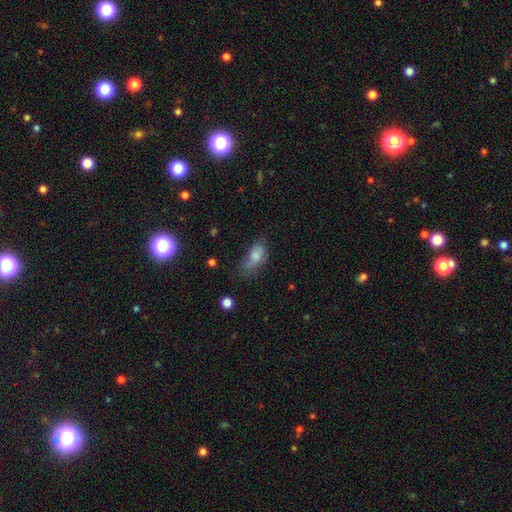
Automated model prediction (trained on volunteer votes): A smooth galaxy with no disk features (75%) that is in between round and cigar-shaped (87%).

Vote fractions:
- Smooth or featured? smooth: 75% / featured or disk: 16% / star or artifact: 9%
- How rounded? in between: 87% / cigar-shaped: 7% / round: 6%
- Merging? none: 38% / minor disturbance: 35% / major disturbance: 23% / merger: 3%